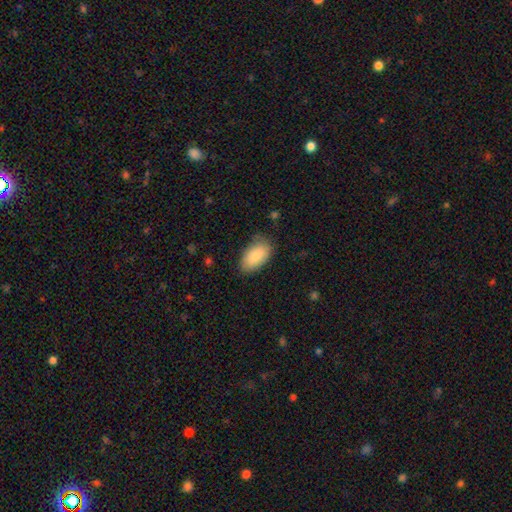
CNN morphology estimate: Q: Smooth or featured?
A: smooth (85%); runner-up: featured or disk (9%)
Q: How rounded?
A: in between (95%); runner-up: round (3%)
Q: Merging?
A: none (76%); runner-up: minor disturbance (19%)